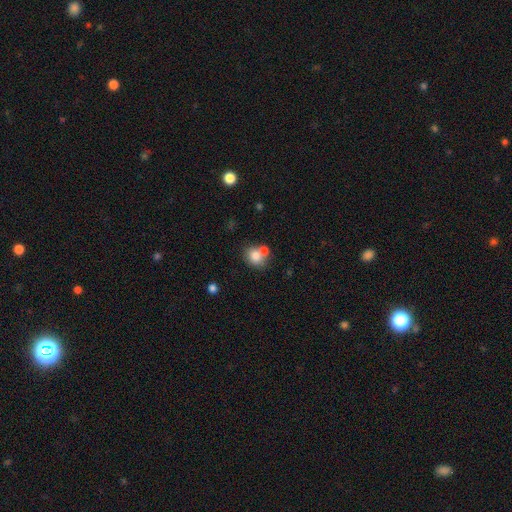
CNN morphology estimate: smooth 78%, featured or disk 12%, star or artifact 10%. Down the decision tree: how rounded — round (61%); merging — none (49%).